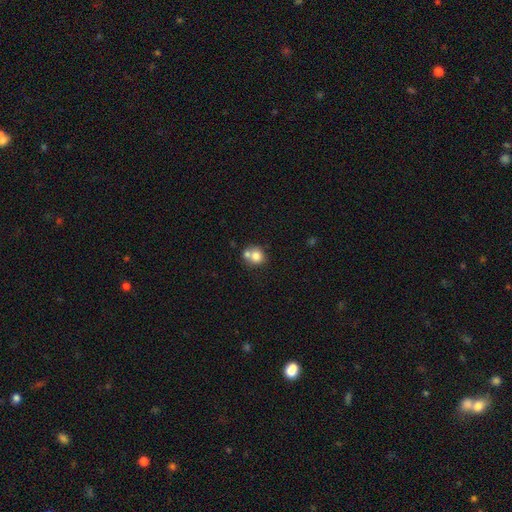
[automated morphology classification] This appears to be a smooth galaxy with no disk features (77%) that is round (82%). Merging: merger (46%).